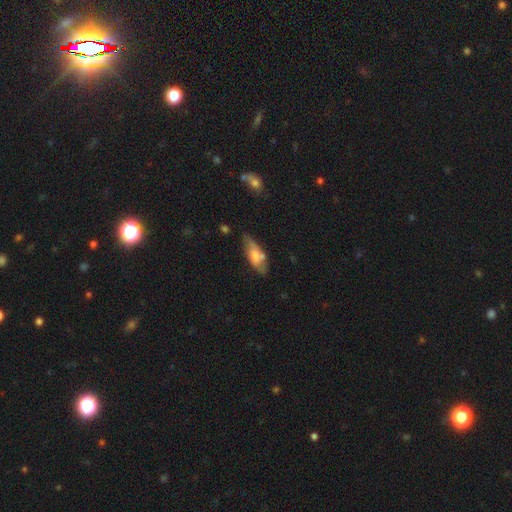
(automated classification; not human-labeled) Smooth or featured? smooth (59%)
How rounded? in between (73%)
Merging? none (56%)